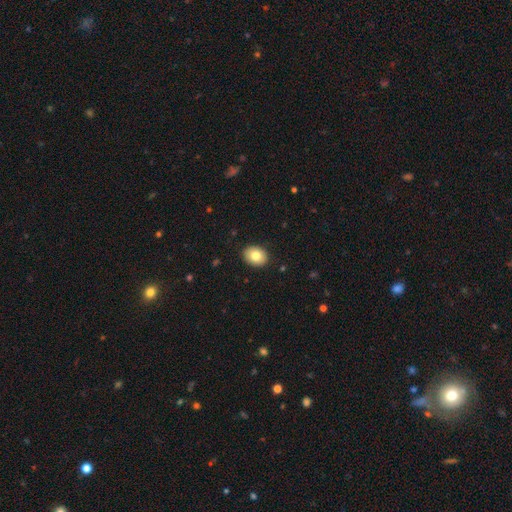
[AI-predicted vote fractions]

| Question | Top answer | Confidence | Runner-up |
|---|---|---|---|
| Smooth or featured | smooth | 81% | featured or disk (11%) |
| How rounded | in between | 61% | round (38%) |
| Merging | none | 89% | minor disturbance (8%) |